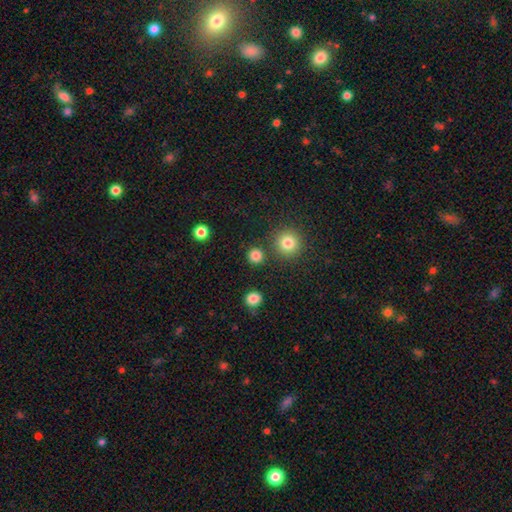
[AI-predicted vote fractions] This is clearly a smooth galaxy (82%). How rounded: clearly round (93%). Merging: clearly none (87%).